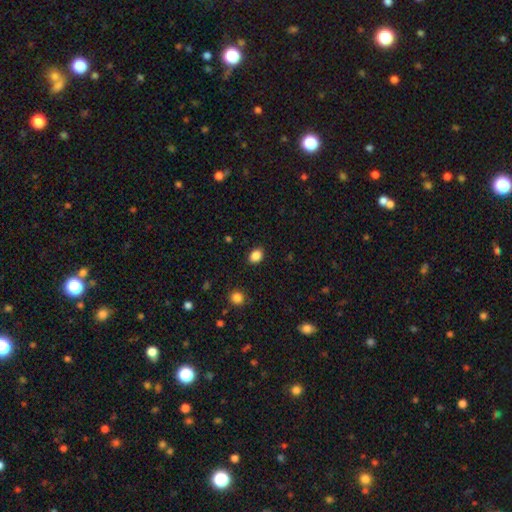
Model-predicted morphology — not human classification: A smooth galaxy with no disk features (86%) that is in between round and cigar-shaped (55%). Merging: none (88%).